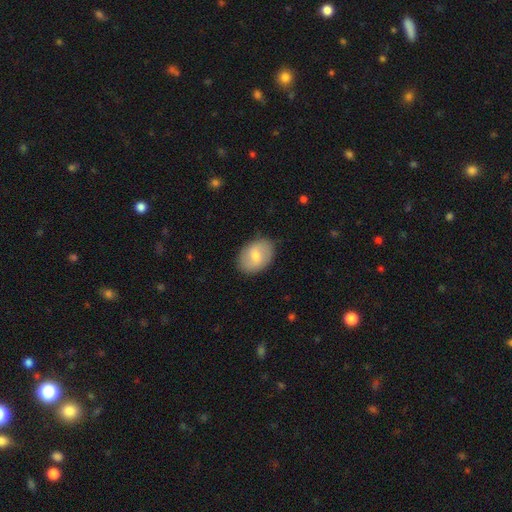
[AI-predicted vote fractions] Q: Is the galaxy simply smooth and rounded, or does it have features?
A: smooth — 66%.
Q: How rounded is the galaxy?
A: in between — 80%.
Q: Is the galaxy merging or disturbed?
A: none — 85%.